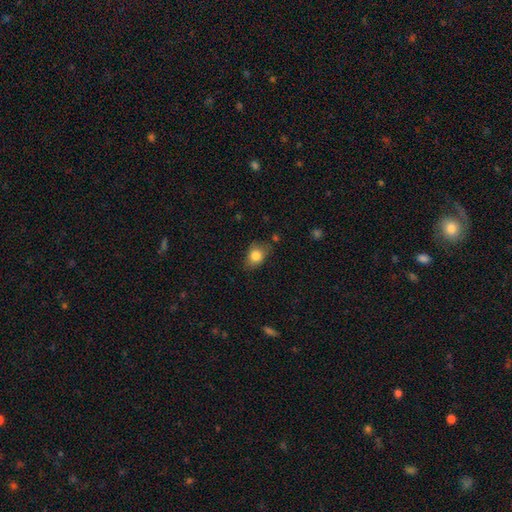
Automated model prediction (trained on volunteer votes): This appears to be a smooth galaxy with no disk features (82%) that is in between round and cigar-shaped (62%). Merging: none (71%).